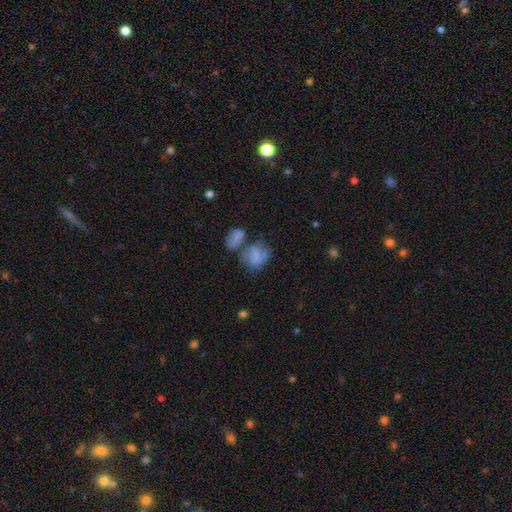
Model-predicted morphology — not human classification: Smooth or featured?
  - smooth: 58% *
  - featured or disk: 30%
  - star or artifact: 12%
How rounded?
  - in between: 57% *
  - round: 42%
  - cigar-shaped: 2%
Merging?
  - merger: 34% *
  - none: 33%
  - minor disturbance: 18%
  - major disturbance: 15%